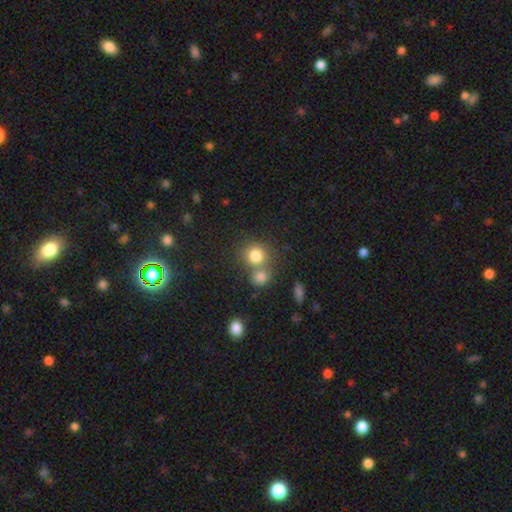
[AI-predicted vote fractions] smooth_or_featured: smooth (p=0.80) [alt: star or artifact p=0.12]
how_rounded: round (p=0.85) [alt: in between p=0.14]
merging: none (p=0.53) [alt: merger p=0.35]